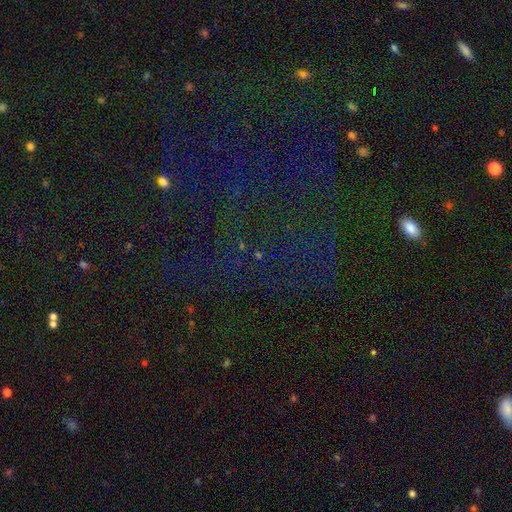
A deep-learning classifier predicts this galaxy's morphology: Smooth or featured: star or artifact — 75% (smooth — 15%)